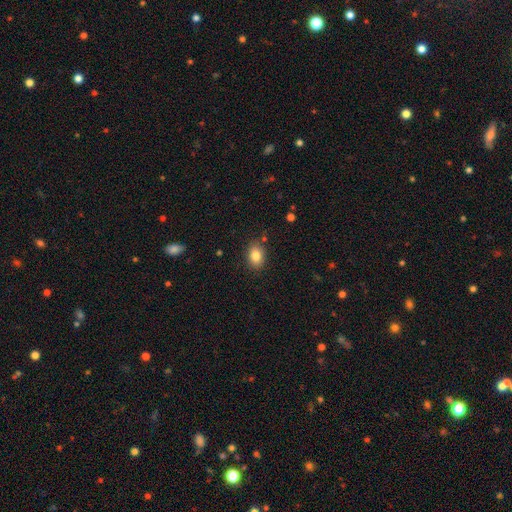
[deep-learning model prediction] smooth-or-featured: smooth: 84% | star or artifact: 9% | featured or disk: 7%
  how-rounded: in between: 74% | round: 24% | cigar-shaped: 1%
  merging: none: 85% | minor disturbance: 11% | major disturbance: 3% | merger: 2%